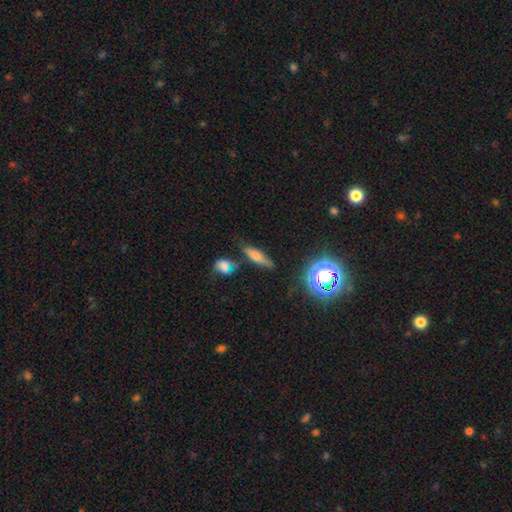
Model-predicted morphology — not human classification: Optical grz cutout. It shows a smooth galaxy with no disk features (53%) that is cigar-shaped (59%). Merging: none (68%).